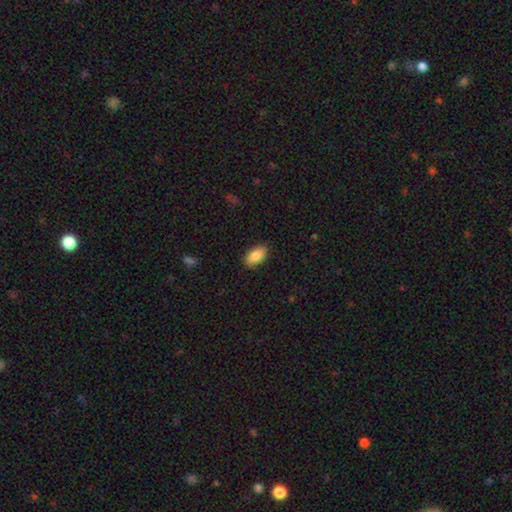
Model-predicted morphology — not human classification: A smooth galaxy with no disk features (88%) that is in between round and cigar-shaped (93%).

Vote fractions:
- Smooth or featured? smooth: 88% / star or artifact: 6% / featured or disk: 6%
- How rounded? in between: 93% / round: 3% / cigar-shaped: 3%
- Merging? none: 88% / minor disturbance: 9% / major disturbance: 2% / merger: 1%